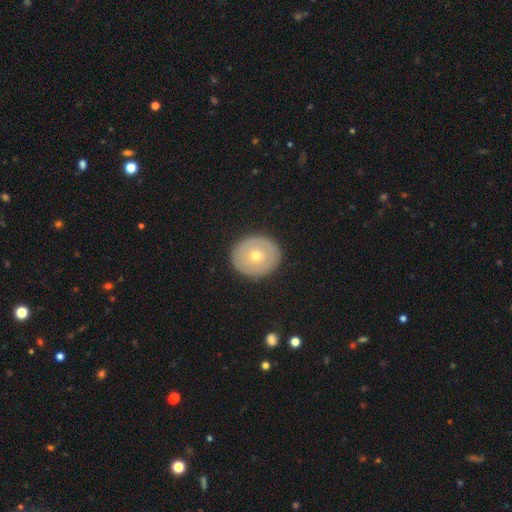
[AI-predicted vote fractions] The model was most divided on "smooth or featured": smooth: 54%, featured or disk: 39%, star or artifact: 7%. More confident: merging — none (89%); how rounded — round (70%).